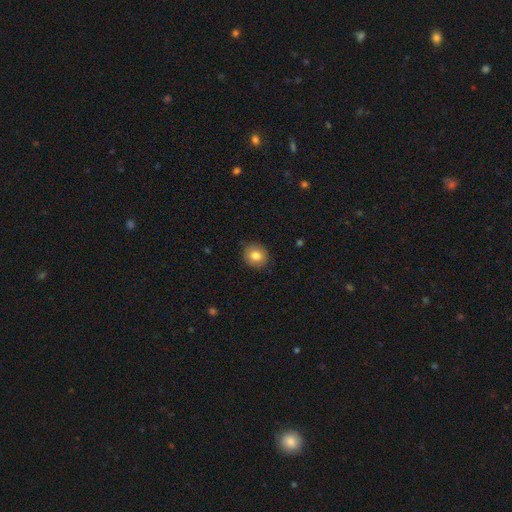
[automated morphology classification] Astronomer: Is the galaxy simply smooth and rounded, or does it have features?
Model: smooth — 81%.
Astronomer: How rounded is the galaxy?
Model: round — 84%.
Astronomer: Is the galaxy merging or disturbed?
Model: none — 86%.